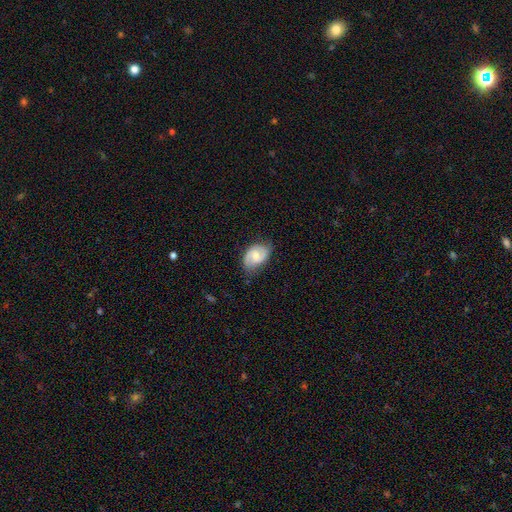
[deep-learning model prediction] This appears to be a featured or disk galaxy (68%) with a weak bar (47%), 2 (87%) medium (49%) spiral arms (93%) and a moderate central bulge (48%). Merging: none (72%).